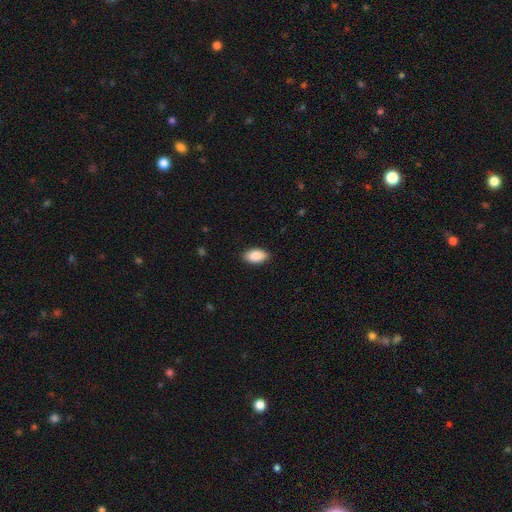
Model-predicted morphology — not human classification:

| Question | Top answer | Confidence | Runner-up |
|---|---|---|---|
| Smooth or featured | smooth | 90% | star or artifact (6%) |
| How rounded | in between | 94% | round (3%) |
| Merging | none | 88% | minor disturbance (9%) |